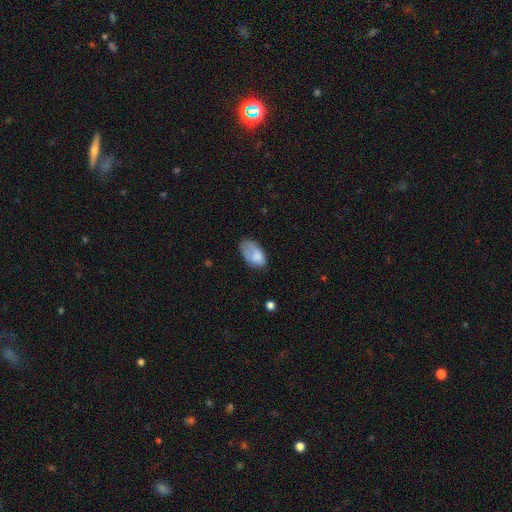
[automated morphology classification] Overall: smooth (79%). How rounded: in between (94%). Merging: none (42%; minor disturbance 37%).